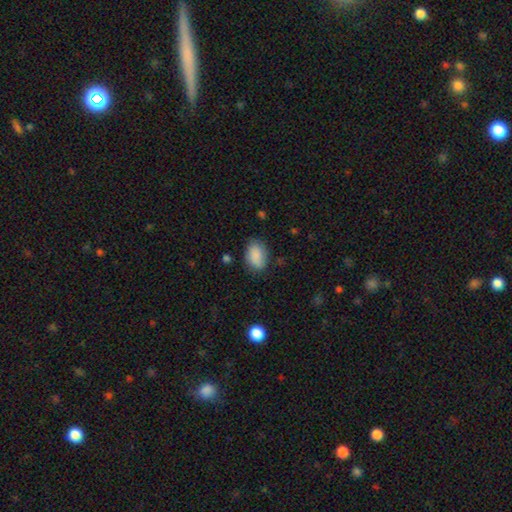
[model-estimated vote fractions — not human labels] Smooth or featured? smooth (87%)
How rounded? in between (87%)
Merging? none (75%)